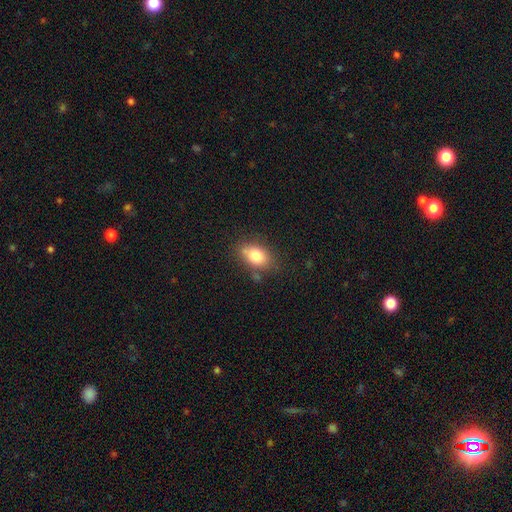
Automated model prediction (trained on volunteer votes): This appears to be a smooth galaxy with no disk features (81%) that is in between round and cigar-shaped (82%). Merging: none (69%).